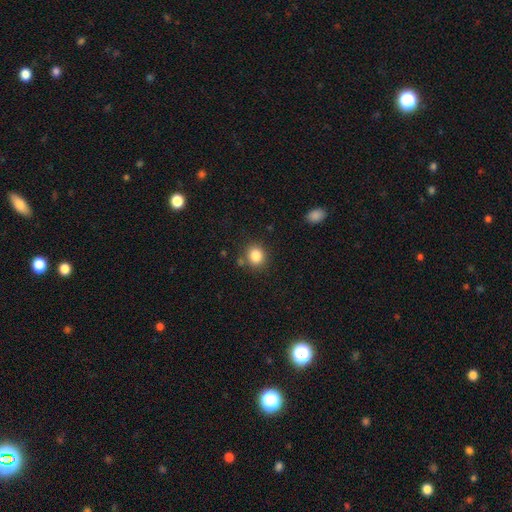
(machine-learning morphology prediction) Q: Smooth or featured?
A: smooth (85%); runner-up: star or artifact (10%)
Q: How rounded?
A: round (76%); runner-up: in between (23%)
Q: Merging?
A: none (79%); runner-up: minor disturbance (11%)